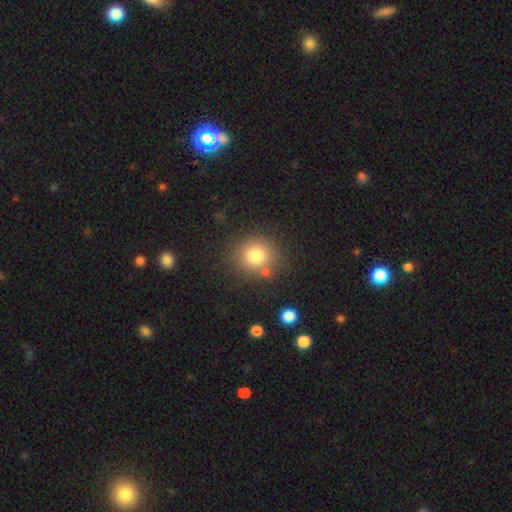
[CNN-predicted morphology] This appears to be a smooth galaxy with no disk features (79%) that is round (88%). Merging: none (79%).